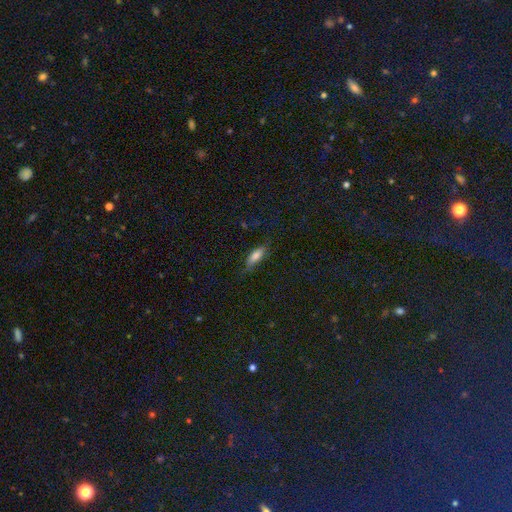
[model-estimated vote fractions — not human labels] Morphology: type=smooth (76%); roundness=in between (69%); merging=none (69%).